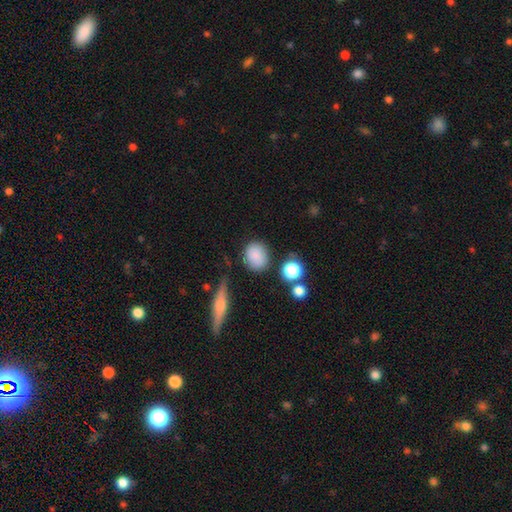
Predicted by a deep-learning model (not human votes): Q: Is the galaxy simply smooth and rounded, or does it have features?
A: smooth — 83%.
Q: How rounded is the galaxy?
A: round — 66%.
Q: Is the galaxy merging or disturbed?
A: none — 75%.